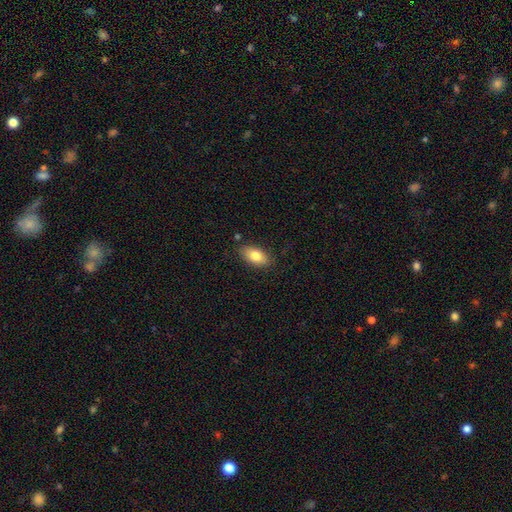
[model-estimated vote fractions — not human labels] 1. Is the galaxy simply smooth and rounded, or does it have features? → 80% smooth, 13% featured or disk, 7% star or artifact.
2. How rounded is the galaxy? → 91% in between, 5% round, 4% cigar-shaped.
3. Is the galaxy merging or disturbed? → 83% none, 13% minor disturbance, 3% major disturbance, 2% merger.